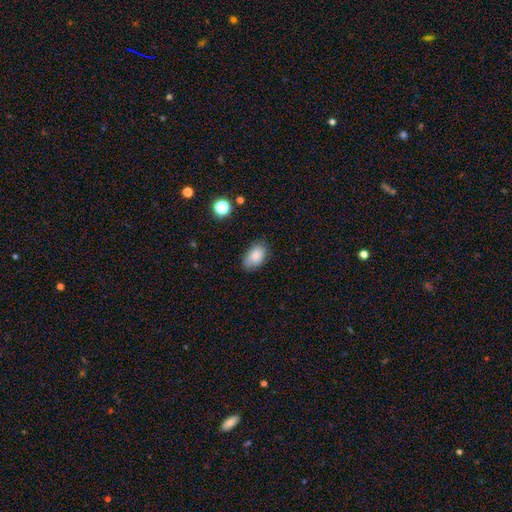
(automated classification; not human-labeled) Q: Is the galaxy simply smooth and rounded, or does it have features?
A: smooth — 84%.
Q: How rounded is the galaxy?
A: in between — 90%.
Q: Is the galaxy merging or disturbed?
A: none — 77%.